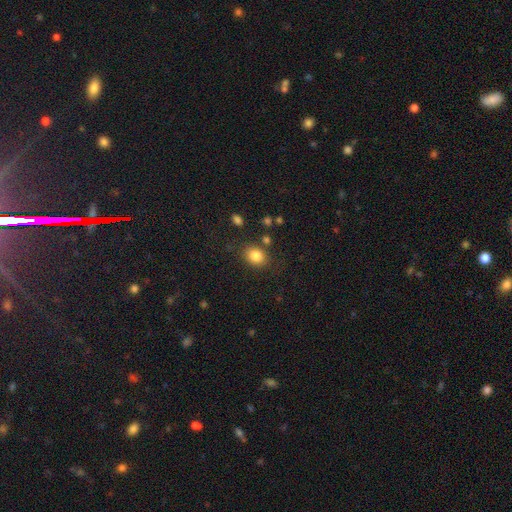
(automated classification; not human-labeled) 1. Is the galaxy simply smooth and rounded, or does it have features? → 83% smooth, 10% star or artifact, 6% featured or disk.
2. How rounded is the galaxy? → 51% in between, 48% round, 1% cigar-shaped.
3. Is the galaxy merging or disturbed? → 80% none, 12% minor disturbance, 4% merger, 4% major disturbance.